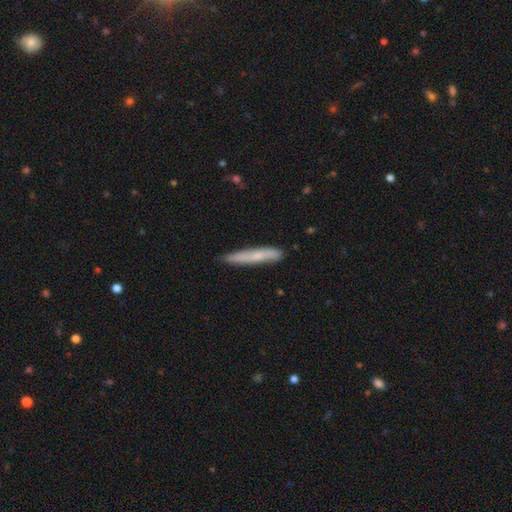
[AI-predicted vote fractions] smooth-or-featured: smooth: 63% | featured or disk: 31% | star or artifact: 6%
  how-rounded: cigar-shaped: 95% | in between: 4% | round: 1%
  merging: none: 82% | minor disturbance: 15% | major disturbance: 2% | merger: 1%